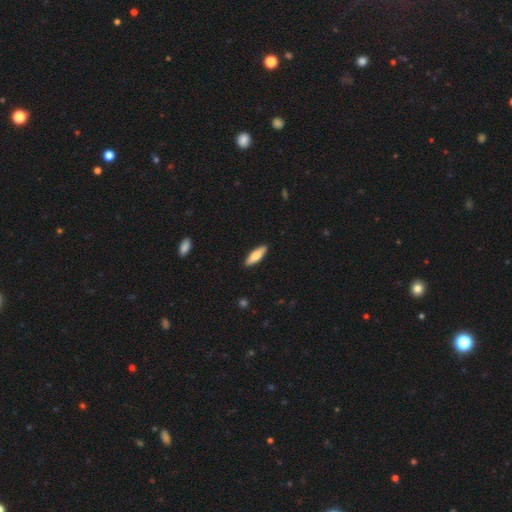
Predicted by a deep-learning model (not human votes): A smooth galaxy with no disk features (71%) that is cigar-shaped (53%).

Vote fractions:
- Smooth or featured? smooth: 71% / featured or disk: 24% / star or artifact: 5%
- How rounded? cigar-shaped: 53% / in between: 46% / round: 2%
- Merging? none: 90% / minor disturbance: 8% / major disturbance: 2% / merger: 1%